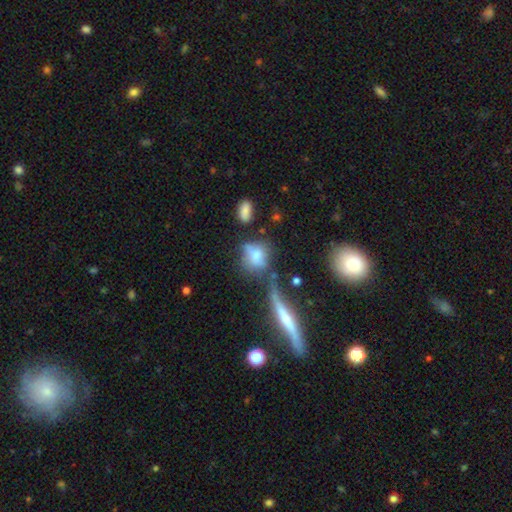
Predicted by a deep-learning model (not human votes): smooth_or_featured: smooth (p=0.63) [alt: featured or disk p=0.24]
how_rounded: round (p=0.54) [alt: in between p=0.40]
merging: none (p=0.45) [alt: minor disturbance p=0.20]